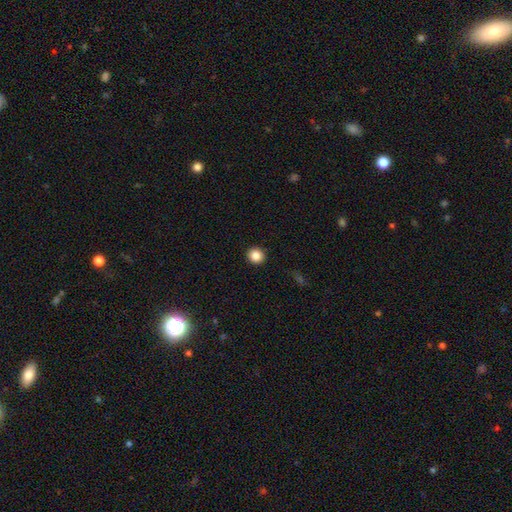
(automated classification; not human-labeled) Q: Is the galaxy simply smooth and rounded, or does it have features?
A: smooth — 85%.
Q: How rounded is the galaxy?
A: round — 93%.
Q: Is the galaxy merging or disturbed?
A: none — 93%.